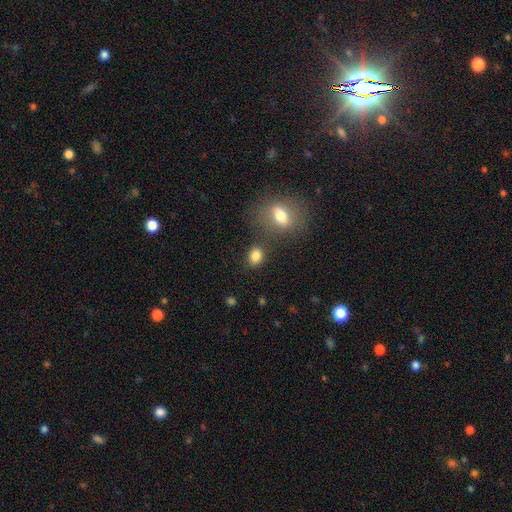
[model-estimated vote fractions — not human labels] This appears to be a smooth galaxy with no disk features (84%) that is in between round and cigar-shaped (60%). Merging: none (74%).